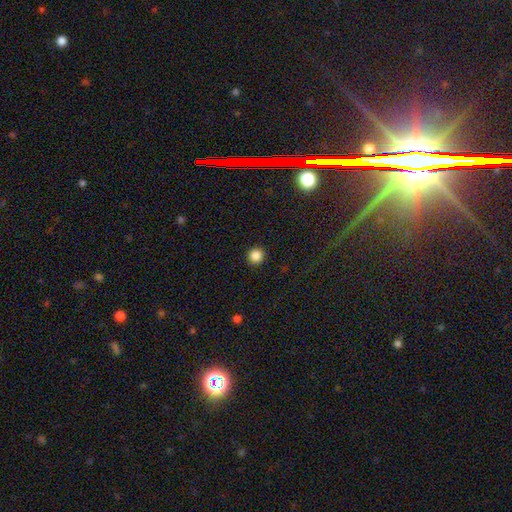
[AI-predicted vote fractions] Overall: smooth (86%). How rounded: round (96%). Merging: none (93%).